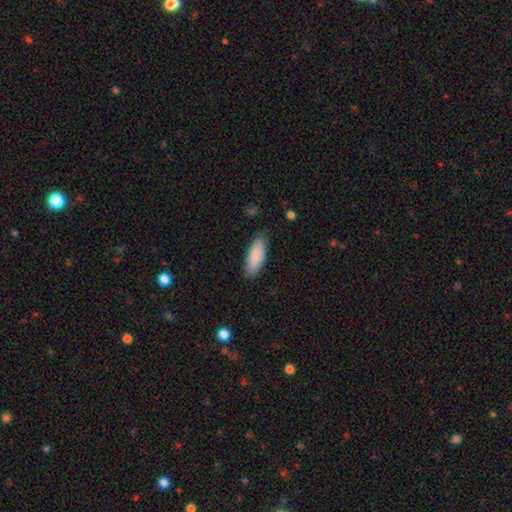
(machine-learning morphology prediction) A smooth galaxy with no disk features (88%) that is in between round and cigar-shaped (71%). Merging: none (81%).